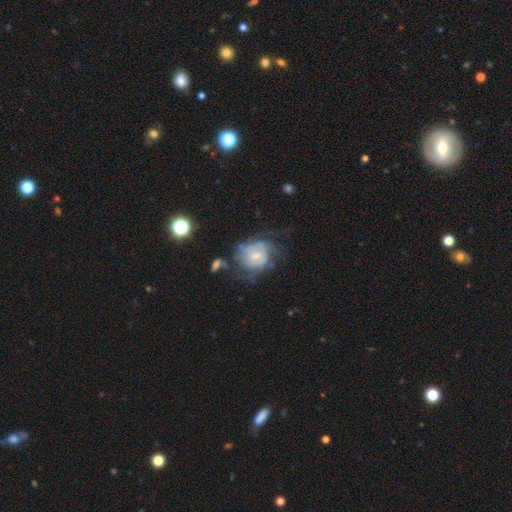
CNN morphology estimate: Smooth or featured: featured or disk — 60% (smooth — 32%)
Edge-on disk: no — 97% (yes — 3%)
Bar: no — 51% (weak — 41%)
Spiral arms: yes — 72% (no — 28%)
Bulge size: small — 49% (moderate — 37%)
Merging: none — 36% (major disturbance — 33%)